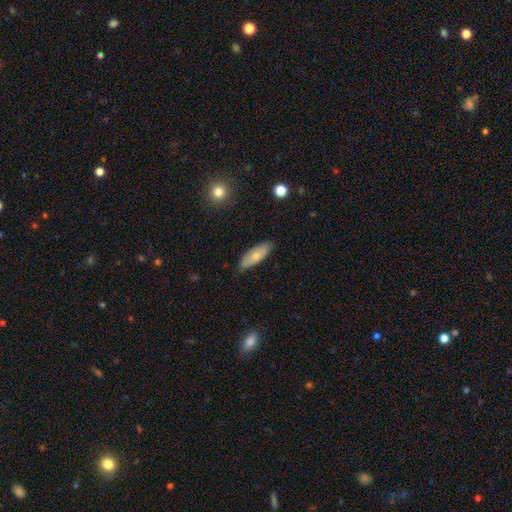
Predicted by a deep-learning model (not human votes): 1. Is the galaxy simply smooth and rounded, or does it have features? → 69% smooth, 24% featured or disk, 6% star or artifact.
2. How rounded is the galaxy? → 67% in between, 30% cigar-shaped, 2% round.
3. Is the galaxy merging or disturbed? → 78% none, 18% minor disturbance, 3% major disturbance, 1% merger.